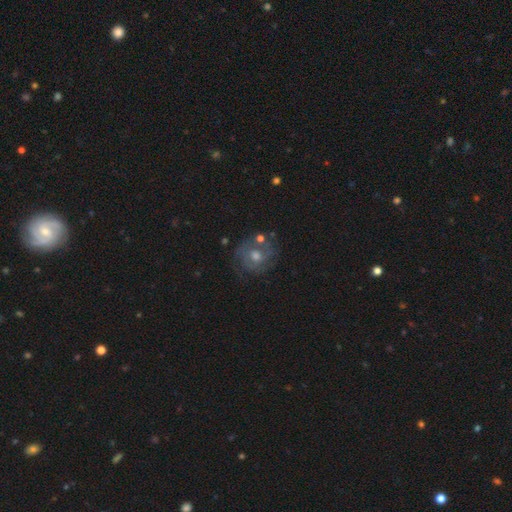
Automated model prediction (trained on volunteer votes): A featured or disk galaxy (54%) with no bar (74%), spiral arms (65%) and a moderate central bulge (70%). Merging: none (69%).